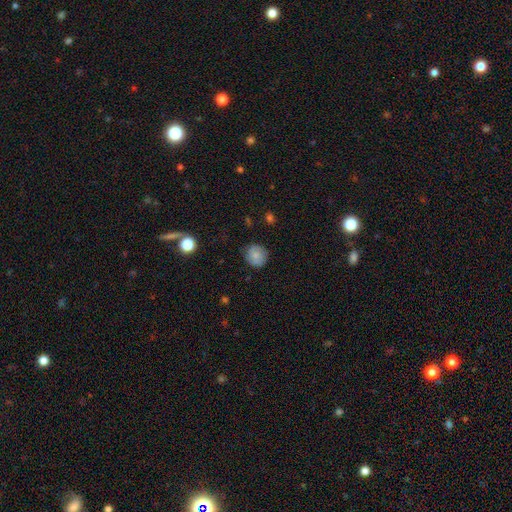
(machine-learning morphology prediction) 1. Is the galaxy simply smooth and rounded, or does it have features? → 70% smooth, 22% featured or disk, 9% star or artifact.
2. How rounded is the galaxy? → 85% round, 14% in between, 1% cigar-shaped.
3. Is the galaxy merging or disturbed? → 81% none, 14% minor disturbance, 3% major disturbance, 1% merger.